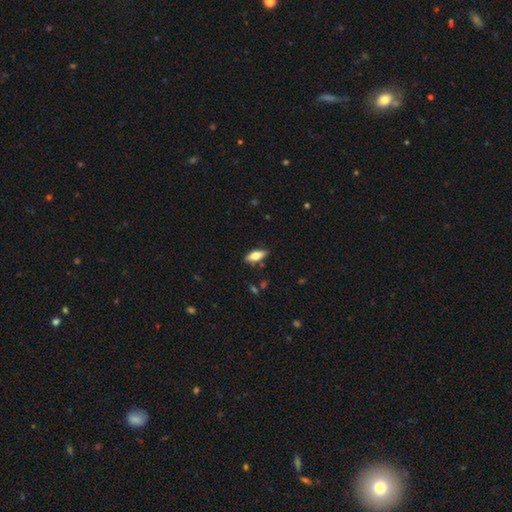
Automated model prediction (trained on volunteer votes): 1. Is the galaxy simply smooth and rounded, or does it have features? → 67% smooth, 26% featured or disk, 7% star or artifact.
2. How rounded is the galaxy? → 75% in between, 22% cigar-shaped, 3% round.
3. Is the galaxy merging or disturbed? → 81% none, 14% minor disturbance, 3% major disturbance, 2% merger.